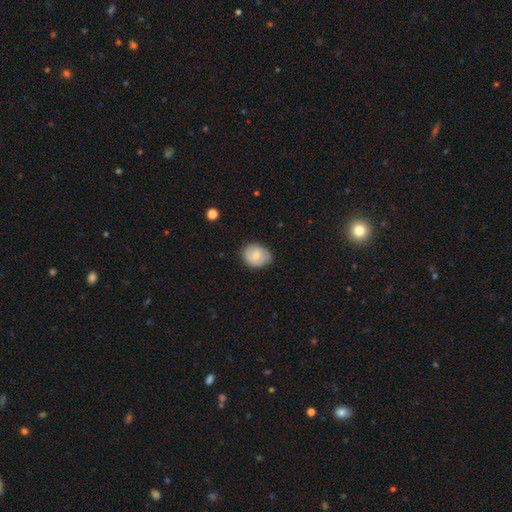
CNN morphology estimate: Smooth or featured? Predicted: smooth (p=0.57). How rounded? Predicted: in between (p=0.51). Merging? Predicted: none (p=0.74).